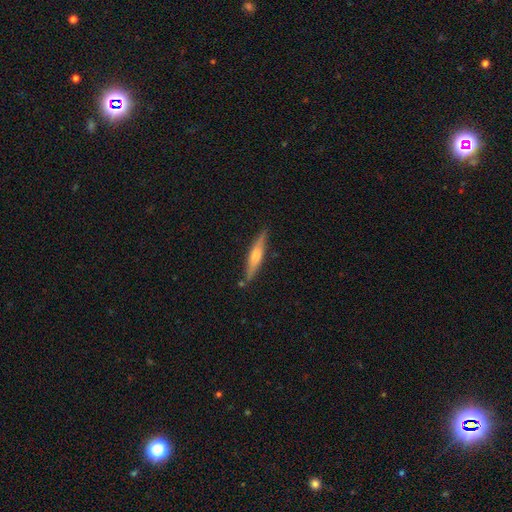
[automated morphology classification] smooth_or_featured: smooth (p=0.52) [alt: featured or disk p=0.42]
how_rounded: cigar-shaped (p=0.86) [alt: in between p=0.12]
merging: none (p=0.81) [alt: minor disturbance p=0.13]